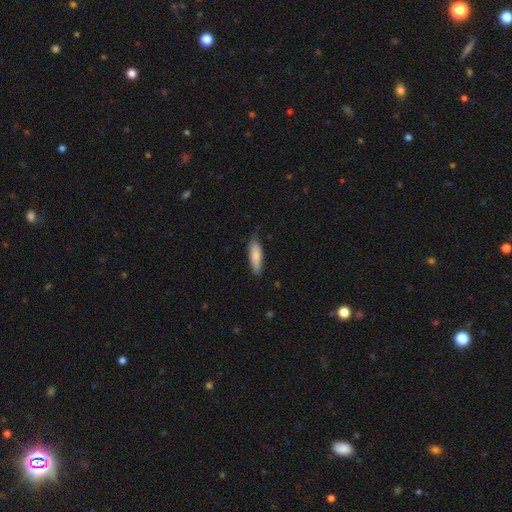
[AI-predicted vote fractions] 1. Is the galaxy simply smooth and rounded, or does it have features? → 81% smooth, 14% featured or disk, 5% star or artifact.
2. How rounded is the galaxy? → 59% cigar-shaped, 39% in between, 2% round.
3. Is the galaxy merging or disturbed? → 81% none, 16% minor disturbance, 2% major disturbance, 1% merger.